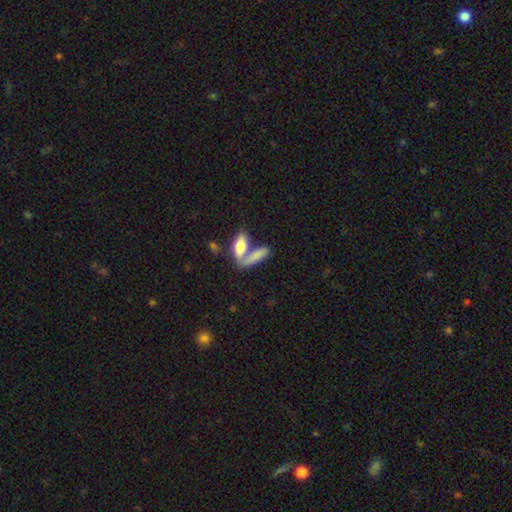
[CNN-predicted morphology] smooth 78%, featured or disk 16%, star or artifact 6%. Down the decision tree: how rounded — in between (56%); merging — merger (52%).